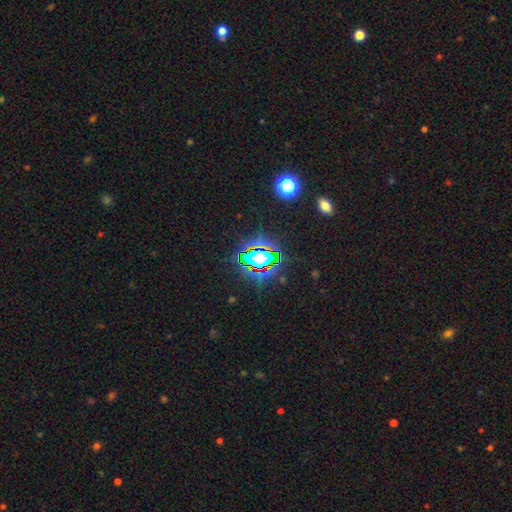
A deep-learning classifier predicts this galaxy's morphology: type=star or artifact (75%).